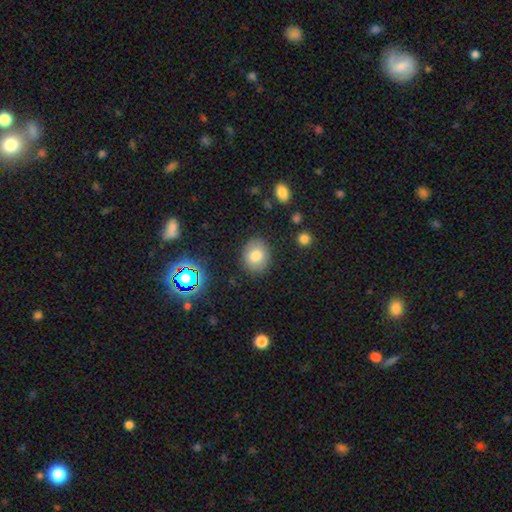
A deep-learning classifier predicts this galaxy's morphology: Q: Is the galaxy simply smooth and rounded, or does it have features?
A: smooth — 77%.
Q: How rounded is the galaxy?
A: round — 53%.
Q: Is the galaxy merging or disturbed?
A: none — 85%.